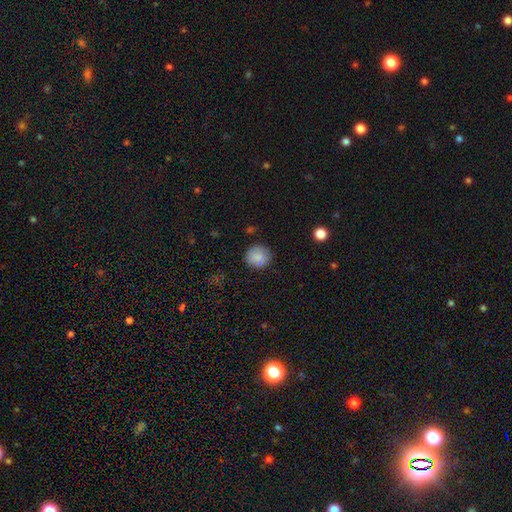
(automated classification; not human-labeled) Smooth or featured? smooth (83%)
How rounded? round (90%)
Merging? none (83%)